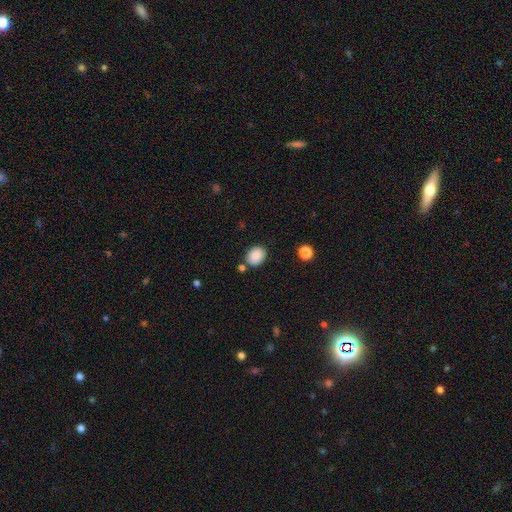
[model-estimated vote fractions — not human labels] Smooth or featured?
  - smooth: 85% *
  - star or artifact: 8%
  - featured or disk: 6%
How rounded?
  - in between: 54% *
  - round: 45%
  - cigar-shaped: 1%
Merging?
  - none: 79% *
  - minor disturbance: 12%
  - merger: 7%
  - major disturbance: 3%